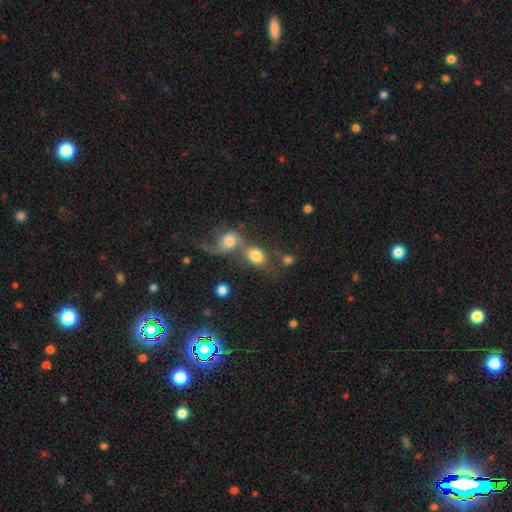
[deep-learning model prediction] A smooth galaxy with no disk features (68%) that is in between round and cigar-shaped (59%). Merging: merger (62%).